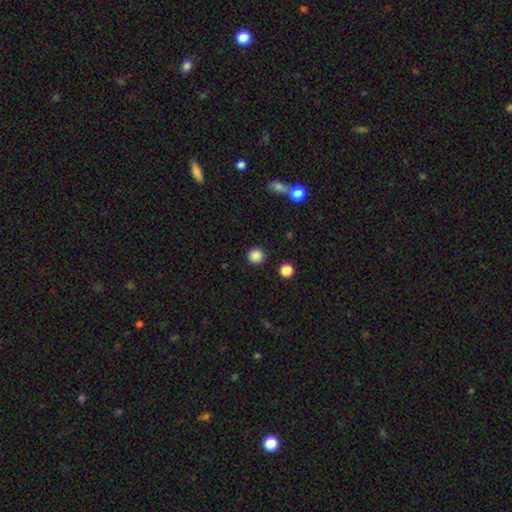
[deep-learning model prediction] Overall: smooth (86%). How rounded: round (93%). Merging: none (91%).